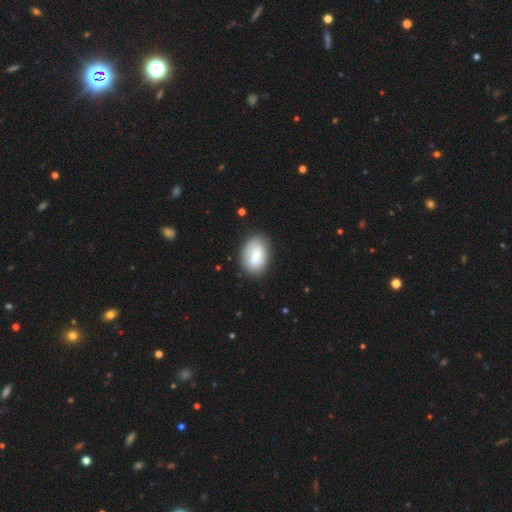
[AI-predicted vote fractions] The model was most divided on "smooth or featured": smooth: 72%, featured or disk: 22%, star or artifact: 6%. More confident: how rounded — in between (87%); merging — none (80%).